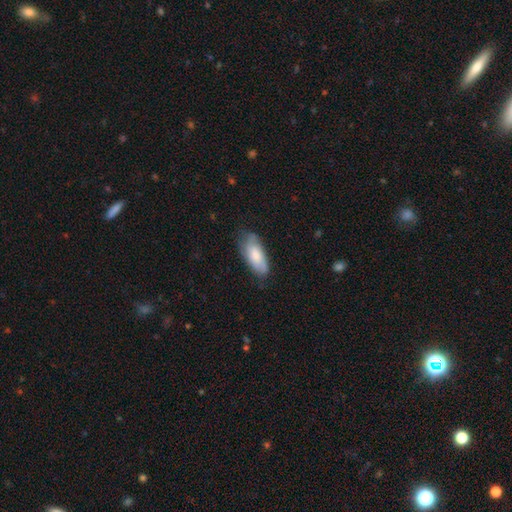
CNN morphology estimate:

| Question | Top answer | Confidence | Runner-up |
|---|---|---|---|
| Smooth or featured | smooth | 69% | featured or disk (25%) |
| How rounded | in between | 84% | cigar-shaped (14%) |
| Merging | none | 64% | minor disturbance (28%) |